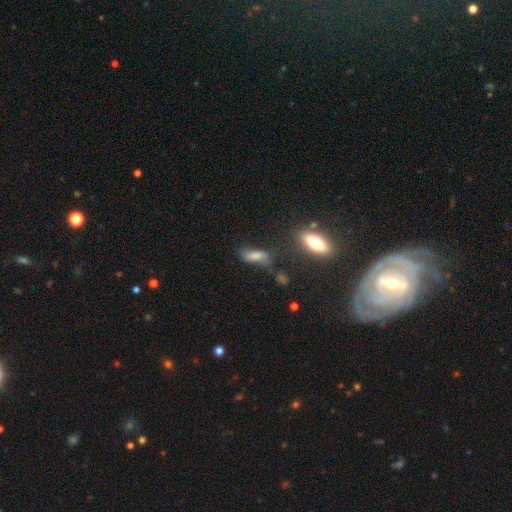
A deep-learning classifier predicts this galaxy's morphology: The model was most divided on "merging": none: 49%, minor disturbance: 26%, major disturbance: 15%, merger: 10%. More confident: how rounded — in between (69%); smooth or featured — smooth (68%).